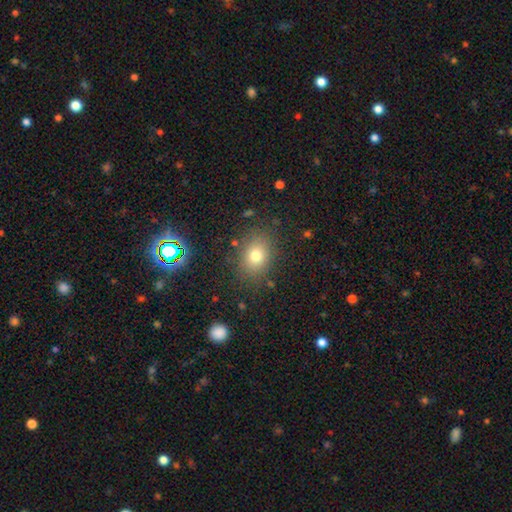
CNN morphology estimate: smooth-or-featured: smooth: 76% | star or artifact: 14% | featured or disk: 11%
  how-rounded: in between: 59% | round: 39% | cigar-shaped: 1%
  merging: none: 83% | minor disturbance: 11% | major disturbance: 4% | merger: 2%